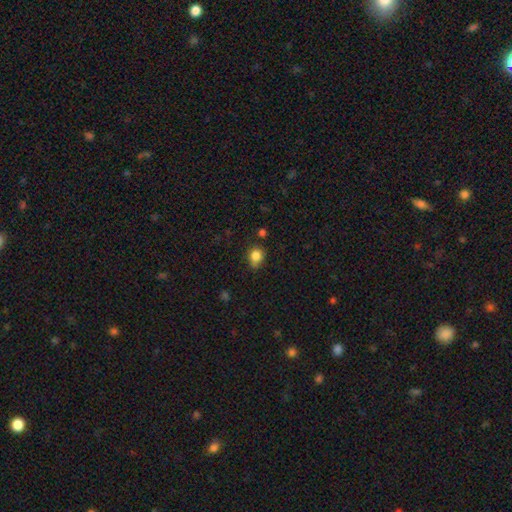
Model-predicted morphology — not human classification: Smooth or featured?
  - smooth: 83% *
  - star or artifact: 11%
  - featured or disk: 6%
How rounded?
  - round: 66% *
  - in between: 33%
  - cigar-shaped: 1%
Merging?
  - none: 60% *
  - minor disturbance: 29%
  - major disturbance: 6%
  - merger: 5%